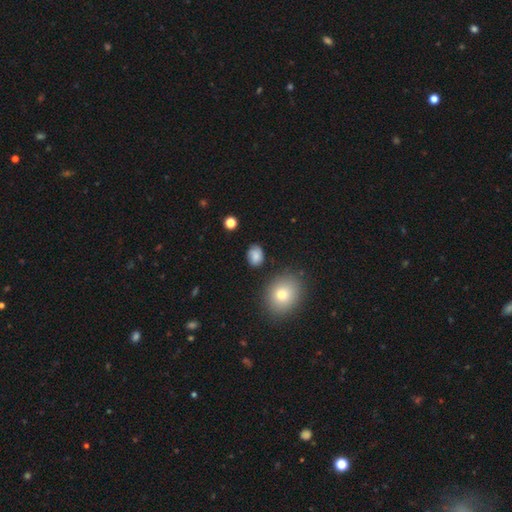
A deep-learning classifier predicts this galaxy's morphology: smooth 80%, star or artifact 10%, featured or disk 10%. Down the decision tree: how rounded — in between (61%); merging — none (80%).